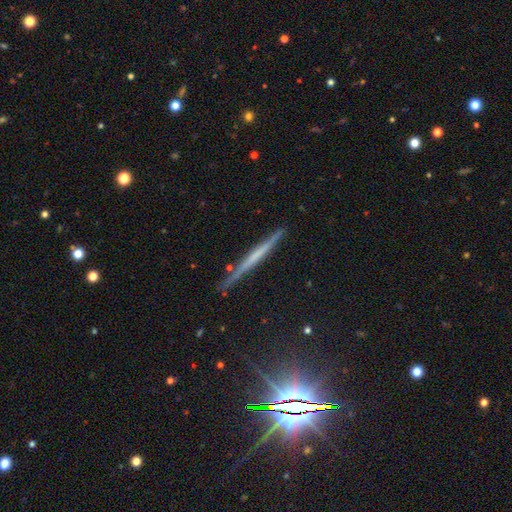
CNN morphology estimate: Smooth or featured? featured or disk (59%)
Edge-on disk? yes (97%)
Edge-on bulge? none (81%)
Merging? none (87%)